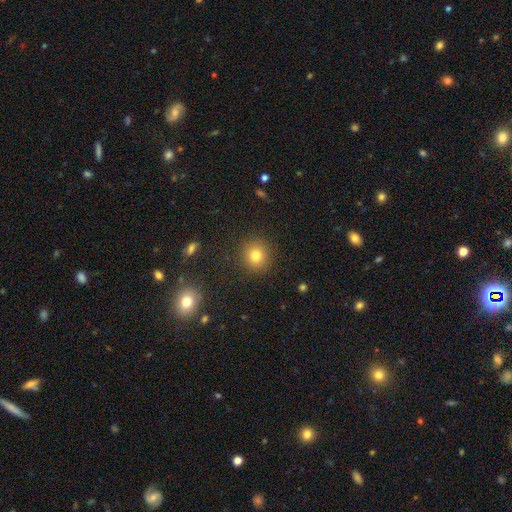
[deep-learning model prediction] Morphology: type=smooth (80%); roundness=round (91%); merging=none (89%).